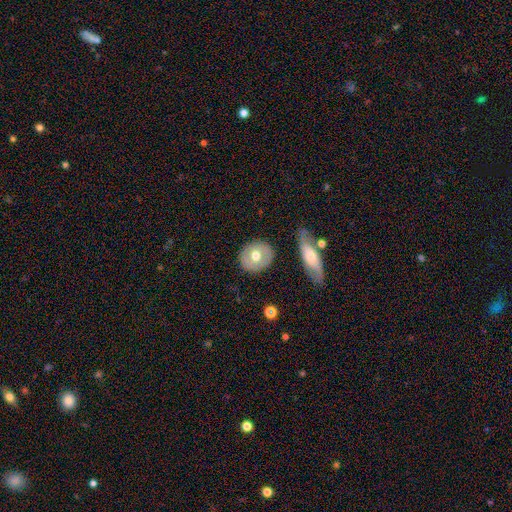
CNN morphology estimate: Smooth or featured: smooth — 59% (featured or disk — 35%)
How rounded: round — 69% (in between — 29%)
Merging: none — 83% (minor disturbance — 10%)